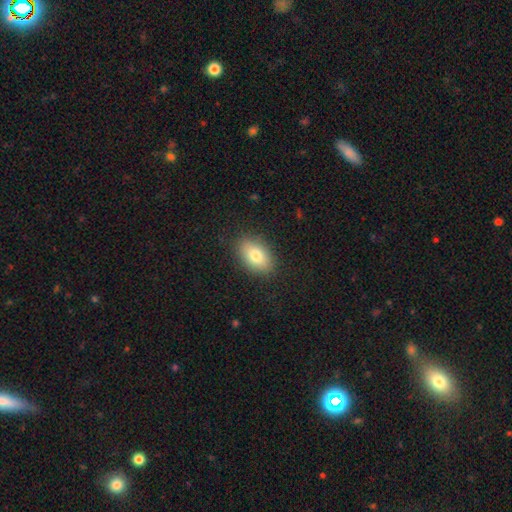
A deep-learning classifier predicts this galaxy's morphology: This is likely a smooth galaxy (80%). How rounded: clearly in between (89%). Merging: clearly none (87%).